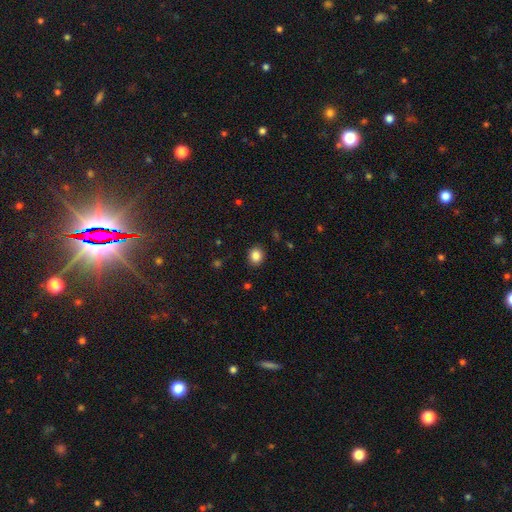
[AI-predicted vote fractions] Smooth or featured: smooth — 85% (star or artifact — 11%)
How rounded: round — 74% (in between — 25%)
Merging: none — 90% (minor disturbance — 7%)